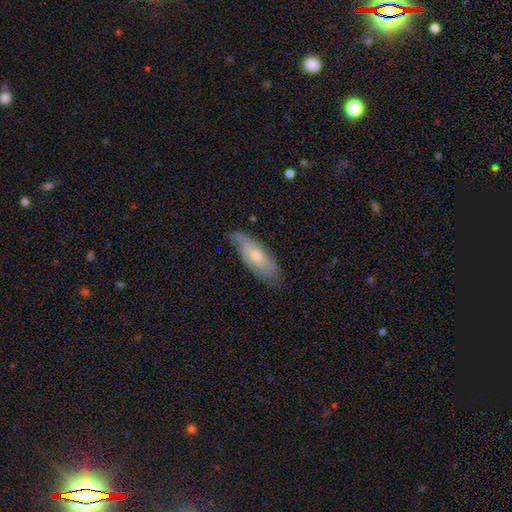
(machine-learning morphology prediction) type=featured or disk (55%); edge-on=no (78%); merging=none (66%).